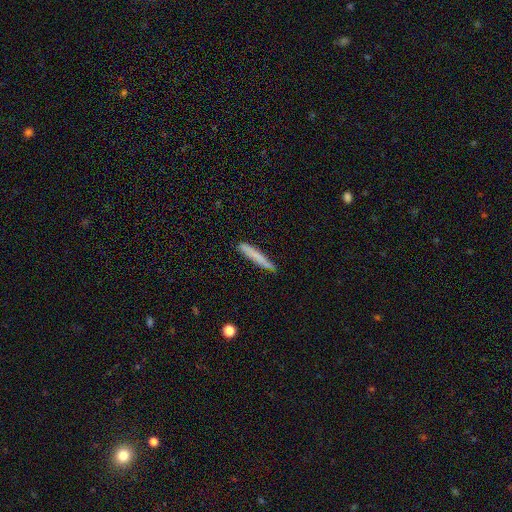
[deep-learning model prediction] Q: Smooth or featured?
A: smooth (74%); runner-up: featured or disk (20%)
Q: How rounded?
A: cigar-shaped (95%); runner-up: in between (4%)
Q: Merging?
A: none (83%); runner-up: minor disturbance (13%)